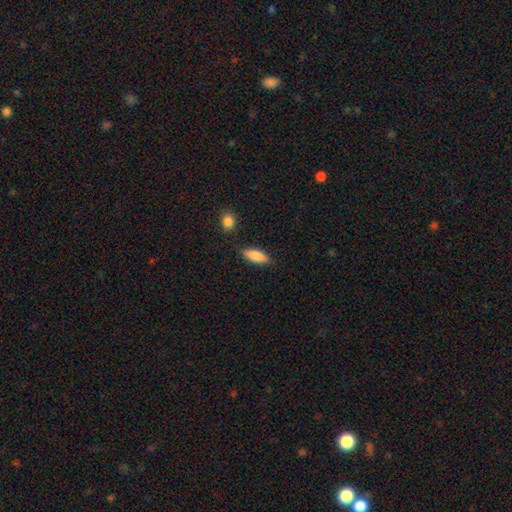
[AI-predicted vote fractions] smooth-or-featured: smooth: 85% | featured or disk: 9% | star or artifact: 6%
  how-rounded: in between: 67% | cigar-shaped: 31% | round: 2%
  merging: none: 79% | minor disturbance: 14% | merger: 4% | major disturbance: 3%